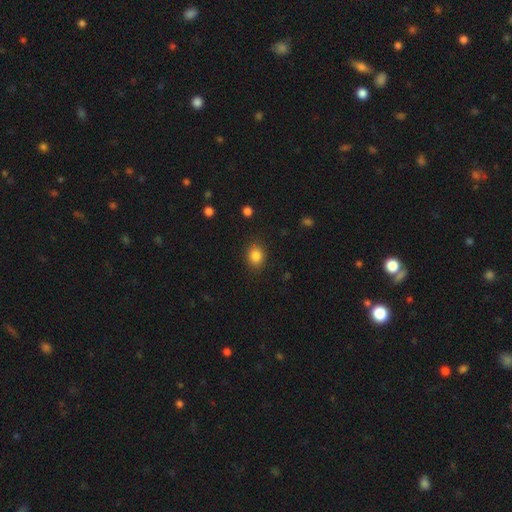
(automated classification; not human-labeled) A smooth galaxy with no disk features (85%) that is round (62%).

Vote fractions:
- Smooth or featured? smooth: 85% / star or artifact: 10% / featured or disk: 5%
- How rounded? round: 62% / in between: 38% / cigar-shaped: 1%
- Merging? none: 87% / minor disturbance: 9% / major disturbance: 3% / merger: 1%